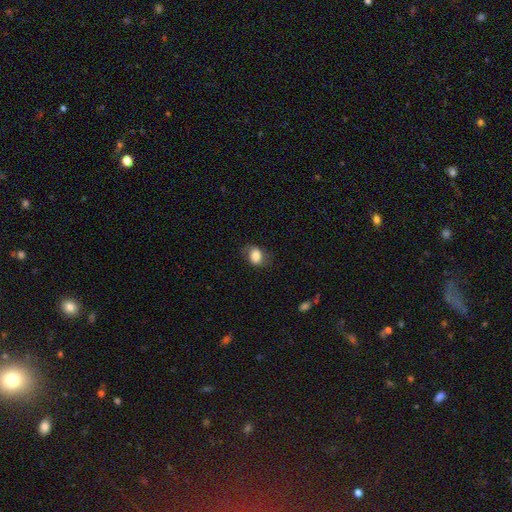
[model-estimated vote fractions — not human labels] Smooth or featured: smooth — 77% (featured or disk — 15%)
How rounded: in between — 70% (round — 28%)
Merging: none — 66% (minor disturbance — 23%)